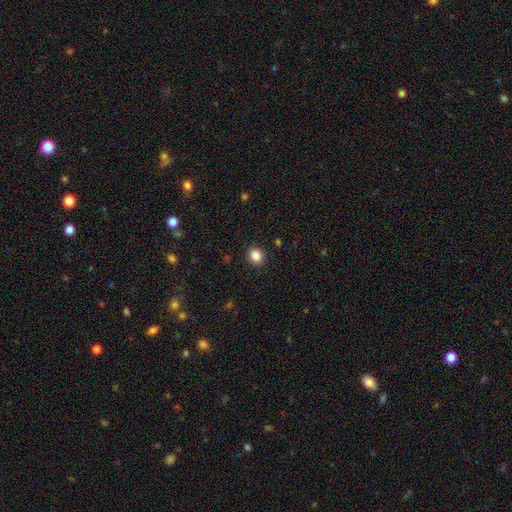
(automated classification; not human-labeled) Smooth or featured? smooth (86%)
How rounded? round (75%)
Merging? none (91%)